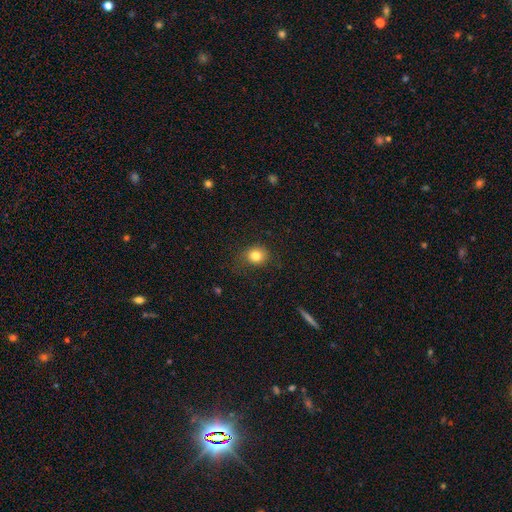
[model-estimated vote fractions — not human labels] This appears to be a smooth galaxy with no disk features (82%) that is round (75%). Merging: none (80%).